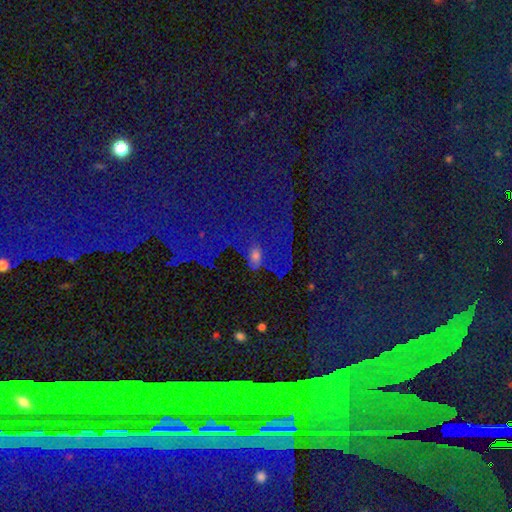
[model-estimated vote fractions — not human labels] Overall: star or artifact (49%; smooth 28%).